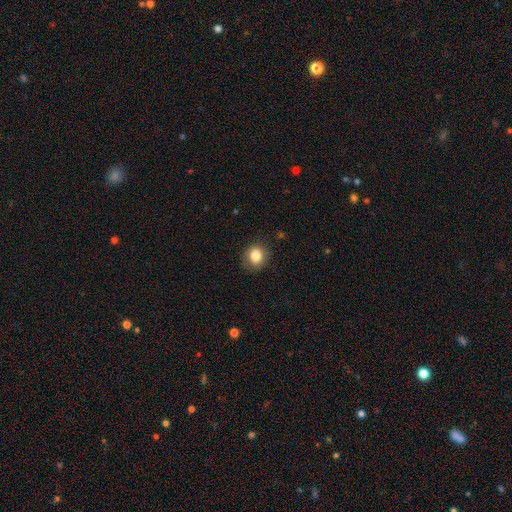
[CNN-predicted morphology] Overall: smooth (83%). How rounded: round (72%). Merging: none (83%).